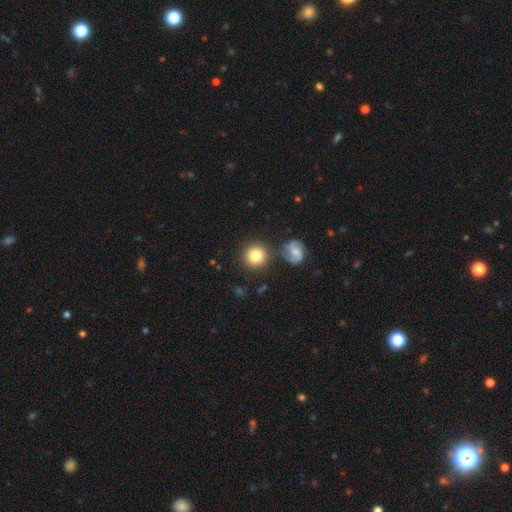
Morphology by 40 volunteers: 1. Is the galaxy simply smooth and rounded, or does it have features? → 80% smooth, 12% star or artifact, 8% featured or disk.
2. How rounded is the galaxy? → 100% round, 0% in between, 0% cigar-shaped.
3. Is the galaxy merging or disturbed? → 80% none, 11% minor disturbance, 6% merger, 3% major disturbance.